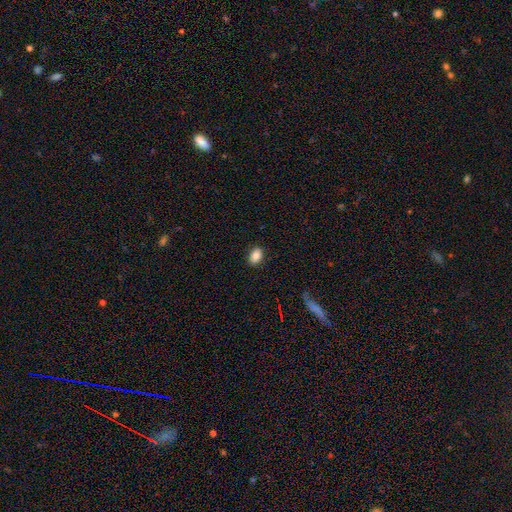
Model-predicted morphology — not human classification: Overall: smooth (84%). How rounded: in between (84%). Merging: none (89%).